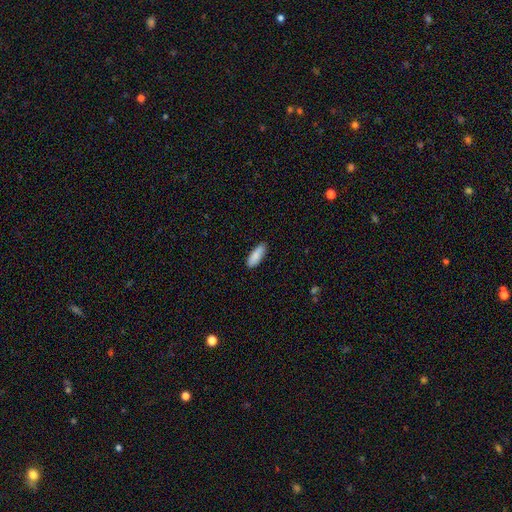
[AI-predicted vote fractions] Morphology: type=smooth (87%); roundness=in between (68%); merging=none (84%).